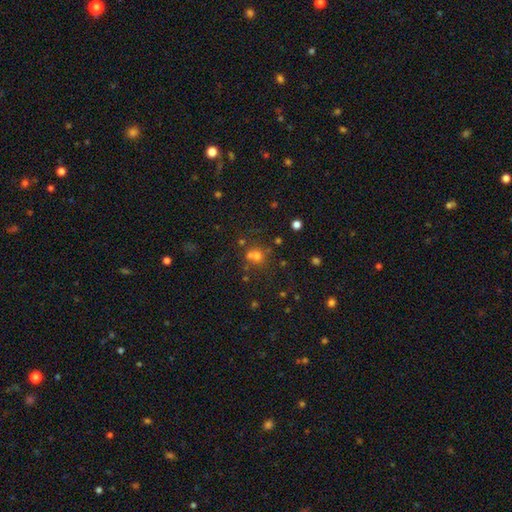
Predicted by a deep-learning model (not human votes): Smooth or featured: smooth — 61% (star or artifact — 26%)
How rounded: round — 84% (in between — 15%)
Merging: none — 55% (merger — 30%)